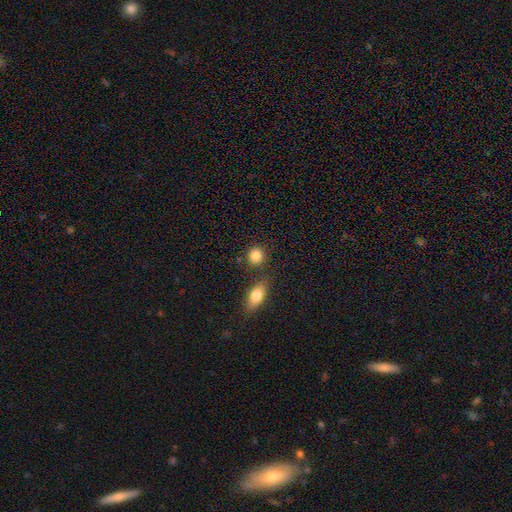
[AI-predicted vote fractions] Morphology: type=smooth (86%); roundness=round (83%); merging=none (77%).